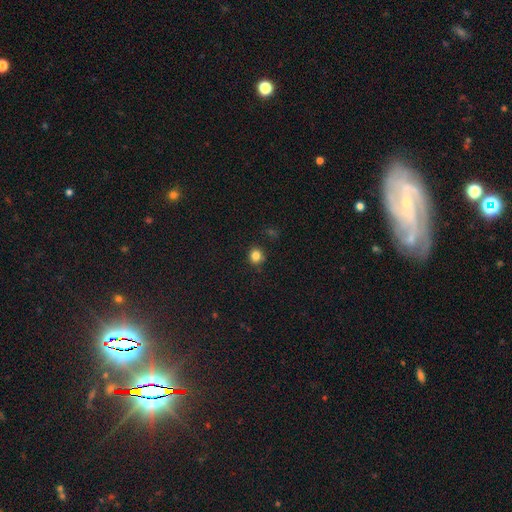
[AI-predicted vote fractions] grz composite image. It shows a smooth galaxy with no disk features (83%) that is round (86%). Merging: none (87%).